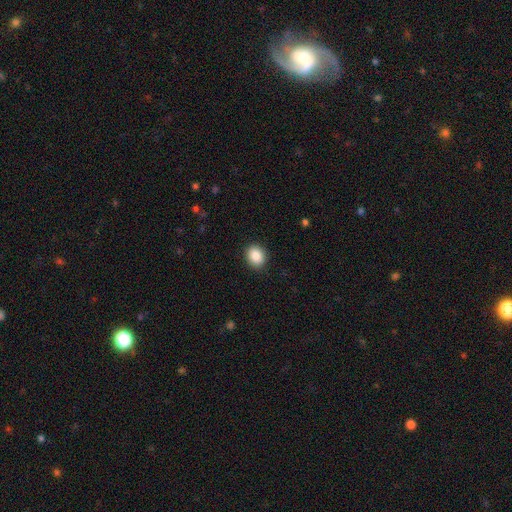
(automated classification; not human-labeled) Q: Smooth or featured?
A: smooth (88%); runner-up: star or artifact (8%)
Q: How rounded?
A: round (61%); runner-up: in between (38%)
Q: Merging?
A: none (90%); runner-up: minor disturbance (7%)